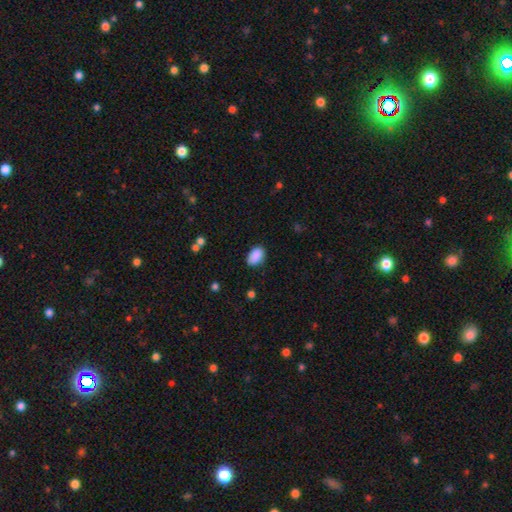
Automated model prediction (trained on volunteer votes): smooth_or_featured: smooth (p=0.89) [alt: star or artifact p=0.07]
how_rounded: in between (p=0.90) [alt: round p=0.09]
merging: none (p=0.80) [alt: minor disturbance p=0.15]